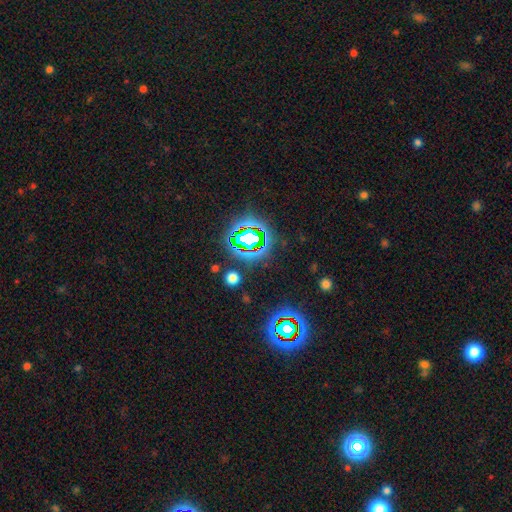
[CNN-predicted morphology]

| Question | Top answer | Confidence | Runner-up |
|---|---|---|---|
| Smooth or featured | star or artifact | 79% | smooth (14%) |